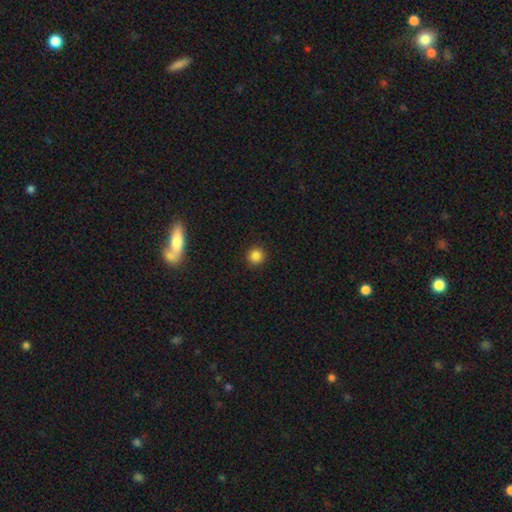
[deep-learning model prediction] A smooth galaxy with no disk features (85%) that is round (93%). Merging: none (92%).